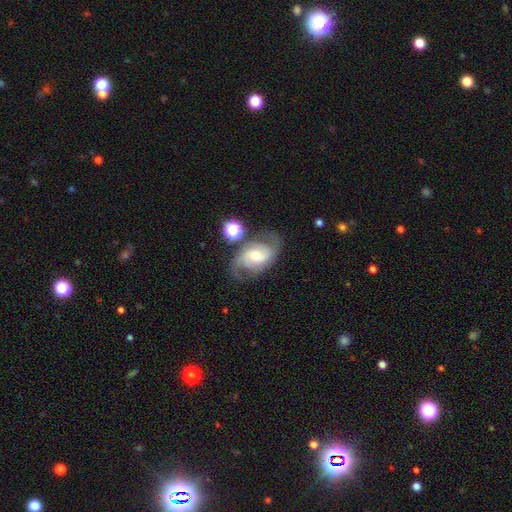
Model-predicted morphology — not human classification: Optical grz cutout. It shows a featured or disk galaxy (76%) with no bar (45%), 2 (85%) medium (47%) spiral arms (92%) and a moderate central bulge (47%). Merging: none (66%).